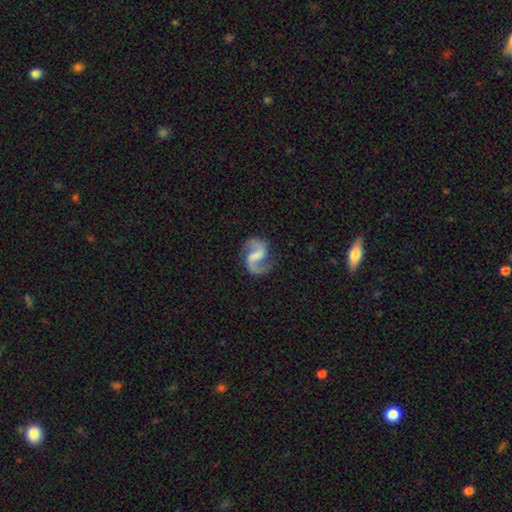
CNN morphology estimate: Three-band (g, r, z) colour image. It shows a featured or disk galaxy (90%) with a weak bar (48%), 2 (94%) medium (51%) spiral arms (97%) and no central bulge (52%). Merging: none (81%).